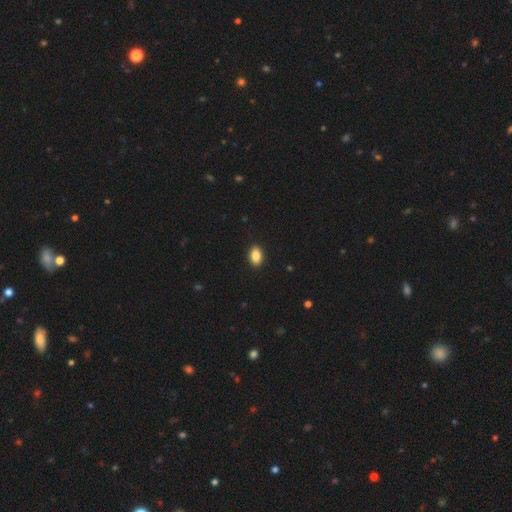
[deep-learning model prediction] A smooth galaxy with no disk features (87%) that is in between round and cigar-shaped (88%).

Vote fractions:
- Smooth or featured? smooth: 87% / star or artifact: 8% / featured or disk: 5%
- How rounded? in between: 88% / round: 11% / cigar-shaped: 2%
- Merging? none: 91% / minor disturbance: 6% / major disturbance: 2% / merger: 1%